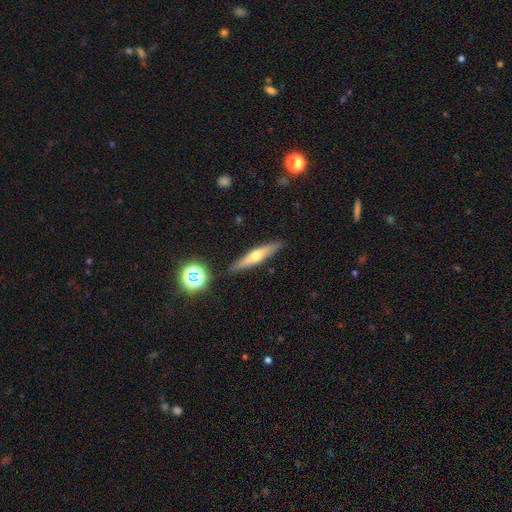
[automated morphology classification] smooth_or_featured: featured or disk (p=0.49) [alt: smooth p=0.43]
merging: none (p=0.88) [alt: minor disturbance p=0.08]